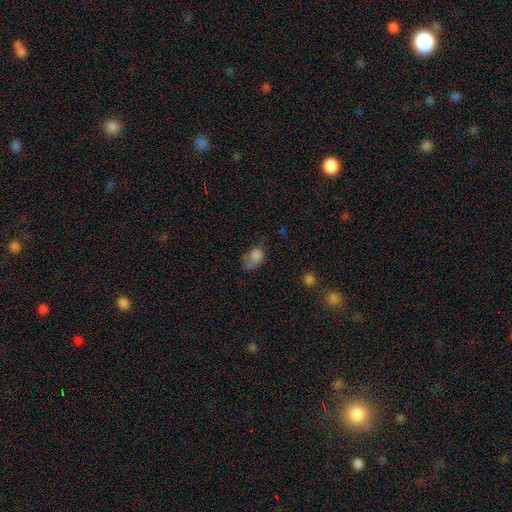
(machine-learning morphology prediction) Smooth or featured? smooth (74%)
How rounded? in between (71%)
Merging? major disturbance (38%)